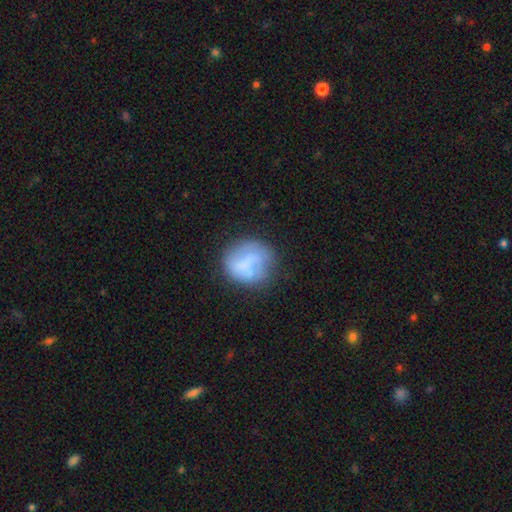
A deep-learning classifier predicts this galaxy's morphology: type=smooth (54%); roundness=round (82%); merging=none (58%).